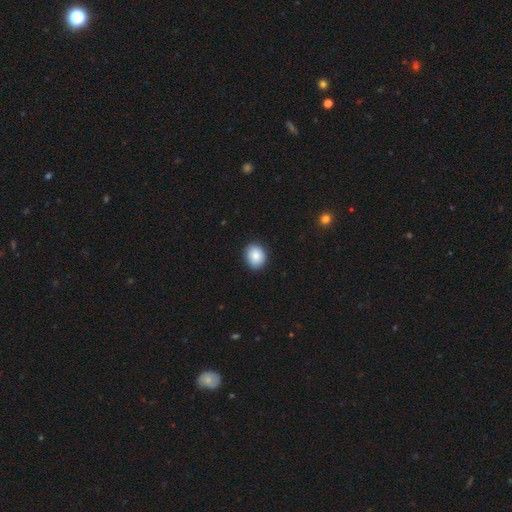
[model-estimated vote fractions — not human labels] smooth-or-featured: smooth: 86% | star or artifact: 8% | featured or disk: 6%
  how-rounded: round: 58% | in between: 42% | cigar-shaped: 1%
  merging: none: 88% | minor disturbance: 9% | major disturbance: 2% | merger: 1%